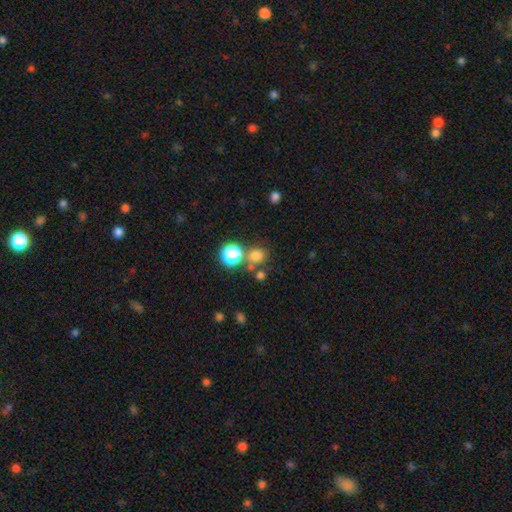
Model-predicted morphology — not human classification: The model was most divided on "merging": none: 66%, merger: 19%, minor disturbance: 10%, major disturbance: 5%. More confident: how rounded — round (79%); smooth or featured — smooth (73%).